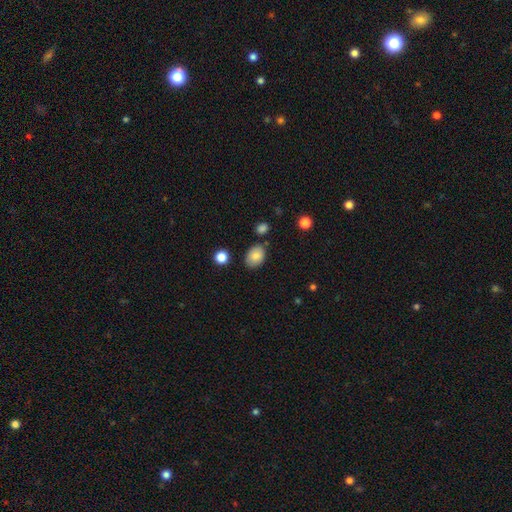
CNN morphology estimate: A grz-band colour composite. It shows a smooth galaxy with no disk features (84%) that is in between round and cigar-shaped (78%). Merging: none (81%).